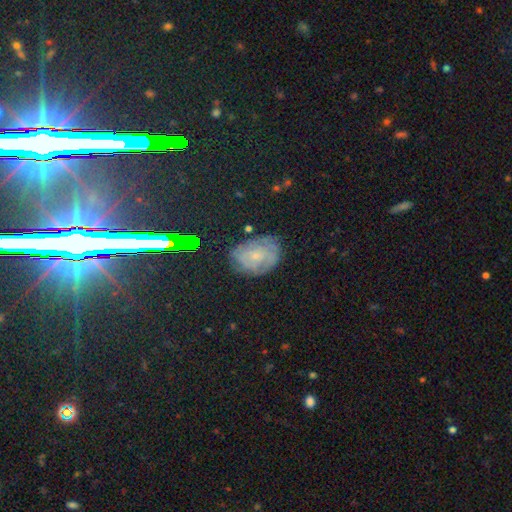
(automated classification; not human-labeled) This is marginally a featured or disk galaxy (45%). Merging: likely none (72%).